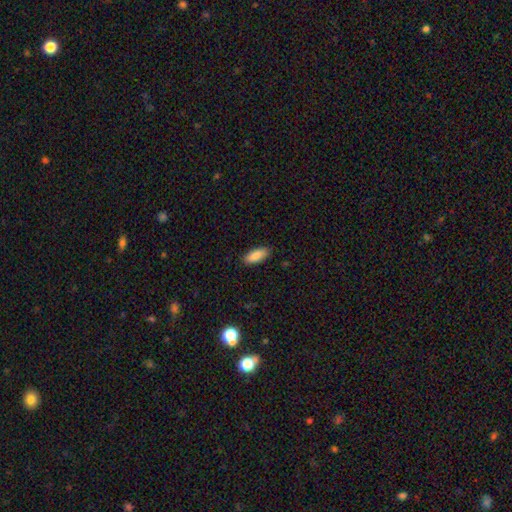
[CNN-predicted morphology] Overall: smooth (86%). How rounded: in between (79%). Merging: none (87%).